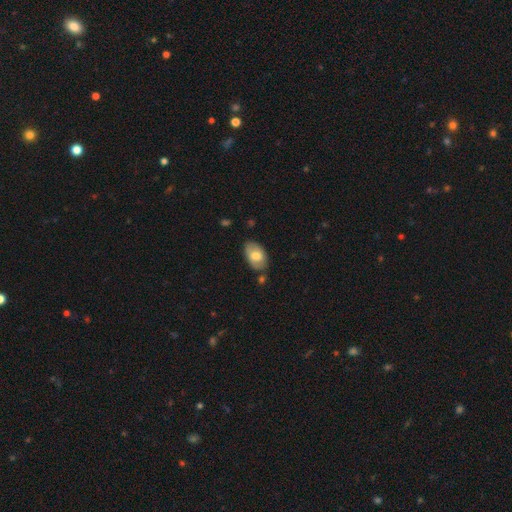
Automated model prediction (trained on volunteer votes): A smooth galaxy with no disk features (72%) that is in between round and cigar-shaped (93%).

Vote fractions:
- Smooth or featured? smooth: 72% / featured or disk: 21% / star or artifact: 6%
- How rounded? in between: 93% / round: 6% / cigar-shaped: 1%
- Merging? none: 73% / minor disturbance: 19% / merger: 5% / major disturbance: 4%